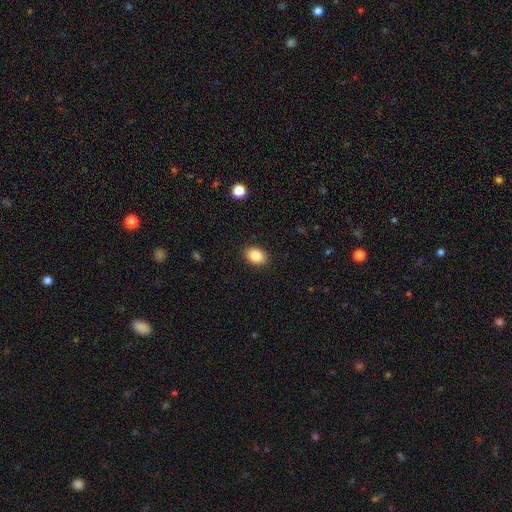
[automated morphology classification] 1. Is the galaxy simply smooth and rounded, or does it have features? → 86% smooth, 9% star or artifact, 5% featured or disk.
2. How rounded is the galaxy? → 77% in between, 22% round, 1% cigar-shaped.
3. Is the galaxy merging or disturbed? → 89% none, 7% minor disturbance, 2% major disturbance, 1% merger.